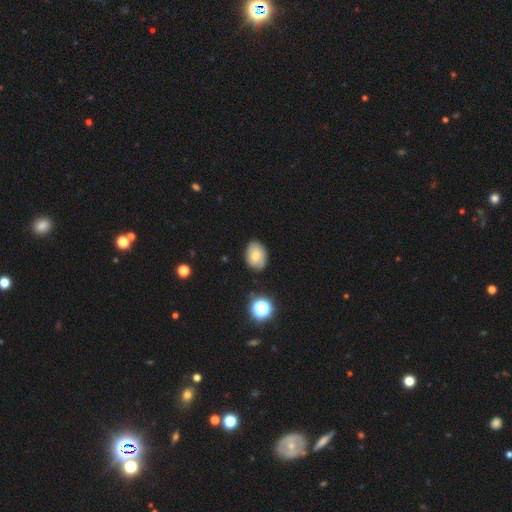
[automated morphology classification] This appears to be a smooth galaxy with no disk features (65%) that is in between round and cigar-shaped (72%). Merging: none (76%).